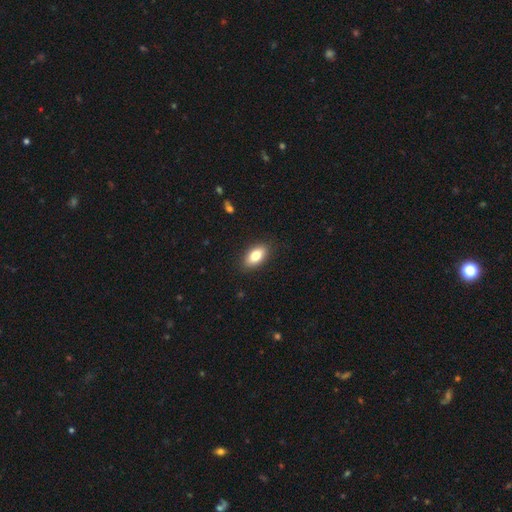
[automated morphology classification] Smooth or featured?
  - smooth: 80% *
  - featured or disk: 13%
  - star or artifact: 7%
How rounded?
  - in between: 90% *
  - cigar-shaped: 5%
  - round: 5%
Merging?
  - none: 88% *
  - minor disturbance: 9%
  - major disturbance: 2%
  - merger: 1%